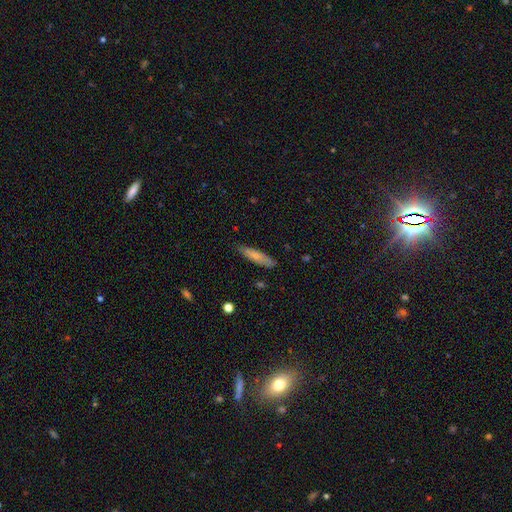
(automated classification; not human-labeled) Q: Smooth or featured?
A: smooth (74%); runner-up: featured or disk (20%)
Q: How rounded?
A: cigar-shaped (74%); runner-up: in between (24%)
Q: Merging?
A: none (81%); runner-up: minor disturbance (15%)